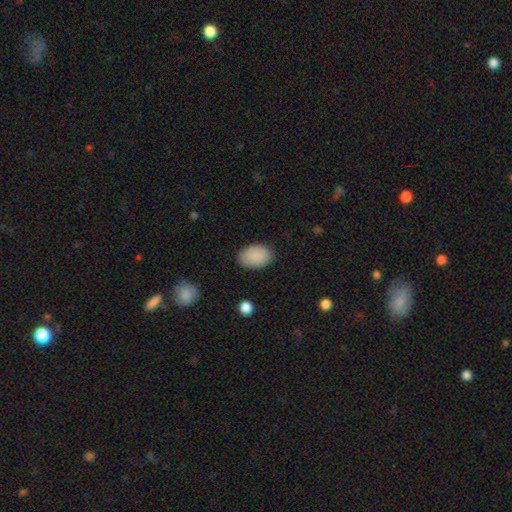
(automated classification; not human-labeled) The model was most divided on "merging": none: 86%, minor disturbance: 10%, major disturbance: 3%, merger: 1%. More confident: how rounded — in between (91%); smooth or featured — smooth (90%).